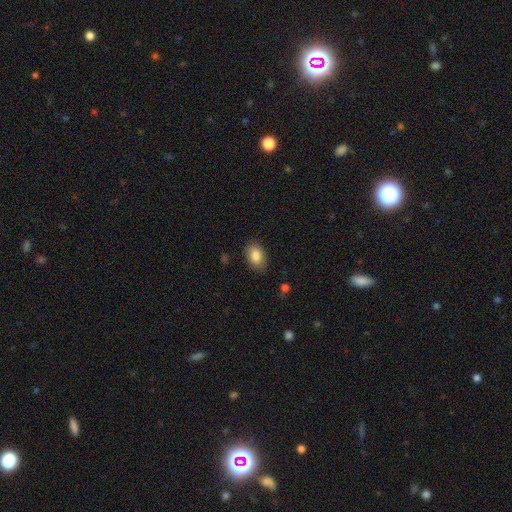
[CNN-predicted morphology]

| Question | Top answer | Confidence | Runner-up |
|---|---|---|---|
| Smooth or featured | smooth | 86% | star or artifact (8%) |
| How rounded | in between | 85% | round (14%) |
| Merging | none | 84% | minor disturbance (12%) |